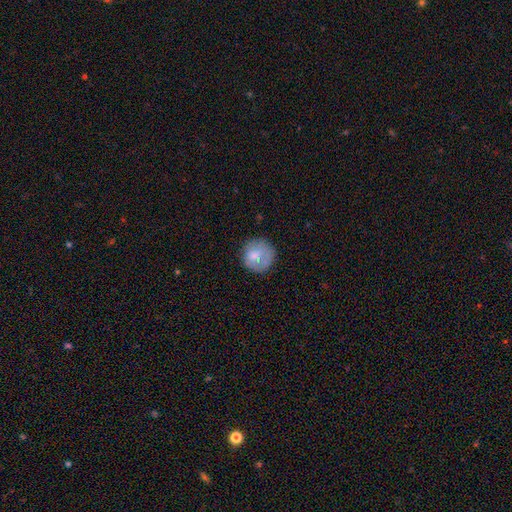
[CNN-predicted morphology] This is likely a smooth galaxy (74%). How rounded: clearly round (90%). Merging: likely none (72%).